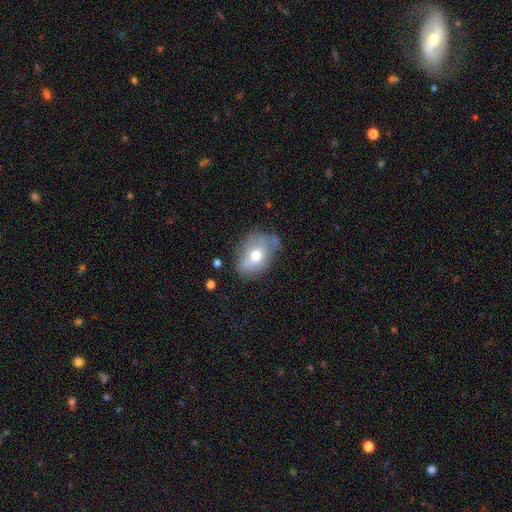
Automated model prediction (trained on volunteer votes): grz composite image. It shows a smooth galaxy with no disk features (62%) that is in between round and cigar-shaped (76%). Merging: none (52%).